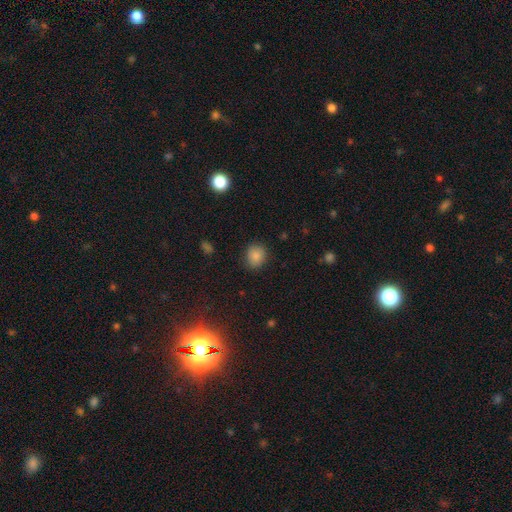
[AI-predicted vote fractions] Smooth or featured: smooth — 85% (star or artifact — 10%)
How rounded: round — 77% (in between — 22%)
Merging: none — 86% (minor disturbance — 10%)